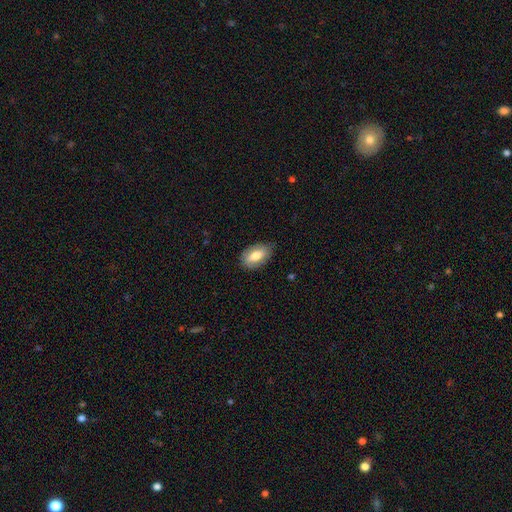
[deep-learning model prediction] Smooth or featured? smooth (70%)
How rounded? in between (92%)
Merging? none (78%)